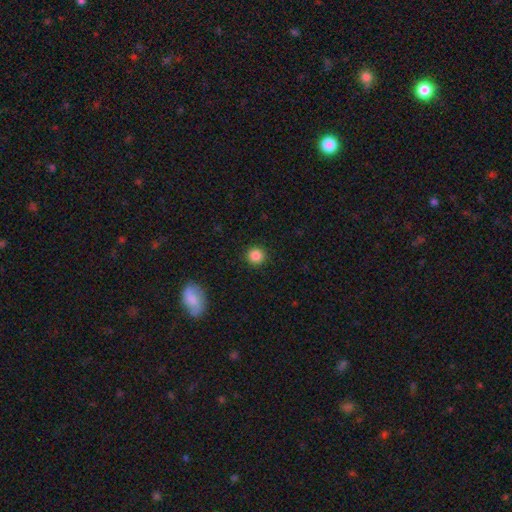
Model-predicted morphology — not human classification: A smooth galaxy with no disk features (86%) that is round (94%).

Vote fractions:
- Smooth or featured? smooth: 86% / star or artifact: 10% / featured or disk: 3%
- How rounded? round: 94% / in between: 5% / cigar-shaped: 1%
- Merging? none: 92% / minor disturbance: 5% / major disturbance: 2% / merger: 1%